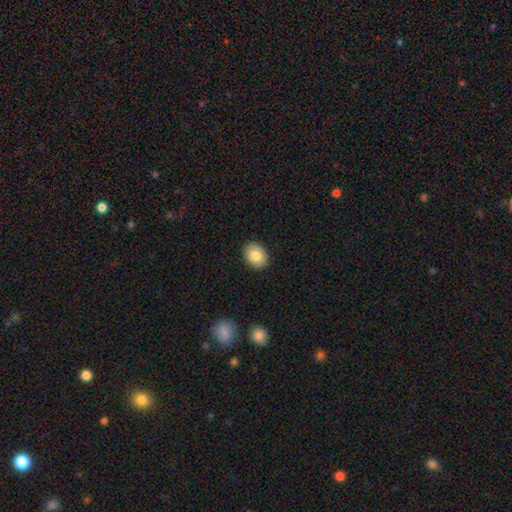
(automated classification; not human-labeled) This is clearly a smooth galaxy (83%). How rounded: likely in between (66%). Merging: clearly none (89%).